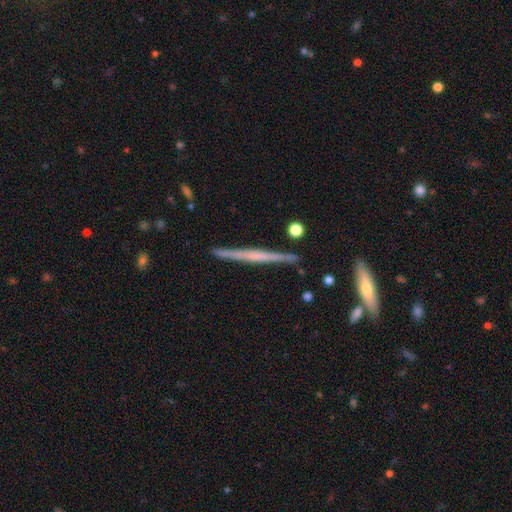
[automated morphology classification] A featured or disk galaxy (66%) viewed edge-on (98%) with no central bulge (60%). Merging: none (89%).